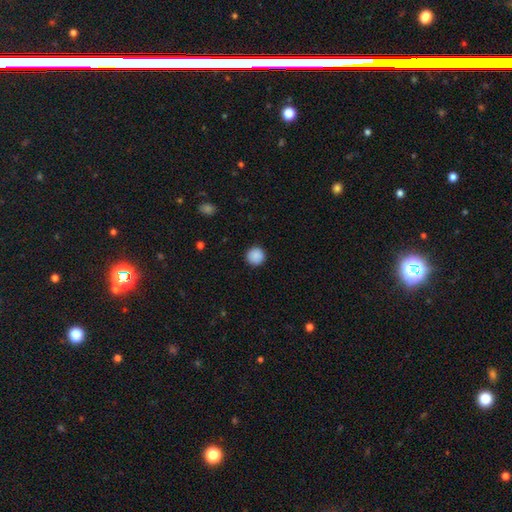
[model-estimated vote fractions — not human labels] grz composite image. It shows a smooth galaxy with no disk features (89%) that is round (96%). Merging: none (92%).